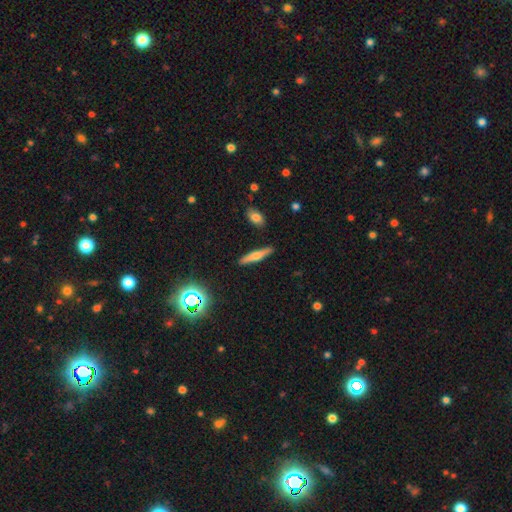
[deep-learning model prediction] This appears to be a smooth galaxy with no disk features (50%). Merging: none (89%).